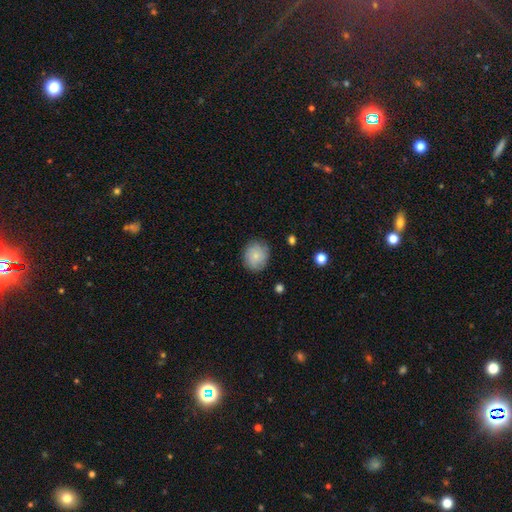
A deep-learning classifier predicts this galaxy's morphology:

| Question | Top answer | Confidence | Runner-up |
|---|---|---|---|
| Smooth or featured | smooth | 76% | featured or disk (16%) |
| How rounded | round | 77% | in between (22%) |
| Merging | none | 82% | minor disturbance (13%) |